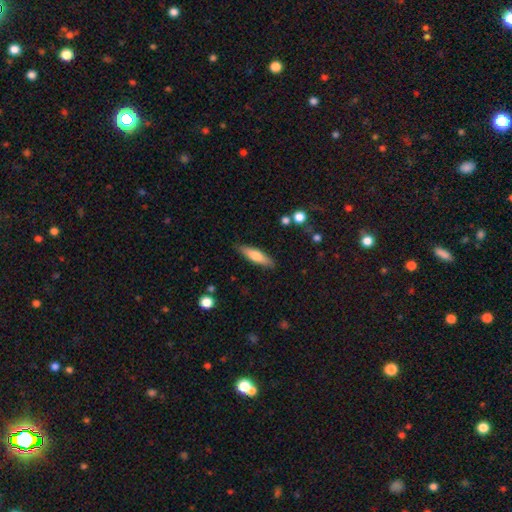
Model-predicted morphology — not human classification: smooth_or_featured: smooth (p=0.65) [alt: featured or disk p=0.29]
how_rounded: cigar-shaped (p=0.64) [alt: in between p=0.34]
merging: none (p=0.87) [alt: minor disturbance p=0.09]